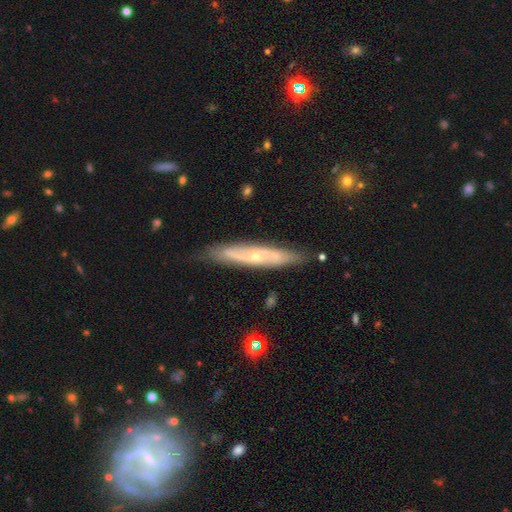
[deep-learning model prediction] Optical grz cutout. It shows a featured or disk galaxy (71%) viewed edge-on (50%, tied with no). Merging: none (79%).